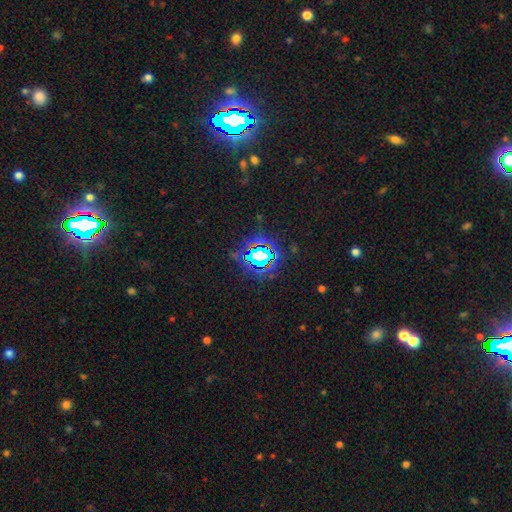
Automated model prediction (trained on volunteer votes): This is likely a star or artifact rather than a galaxy (76%).